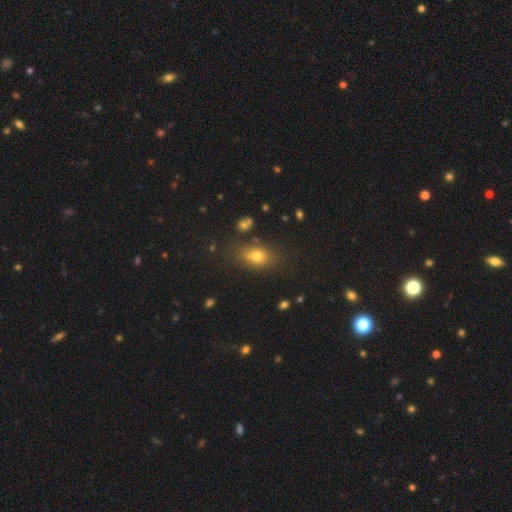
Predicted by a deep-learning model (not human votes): Smooth or featured: smooth — 72% (star or artifact — 16%)
How rounded: in between — 71% (round — 24%)
Merging: none — 73% (minor disturbance — 16%)